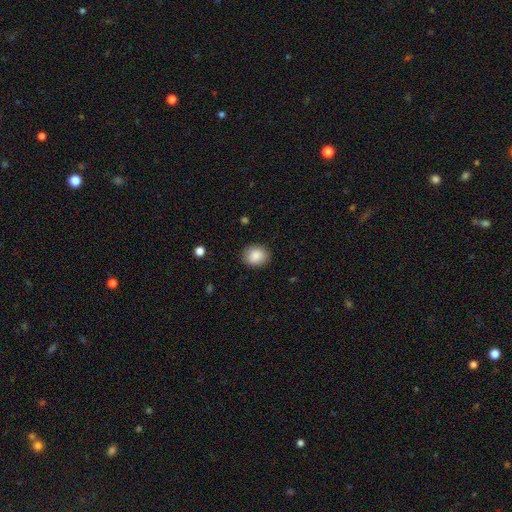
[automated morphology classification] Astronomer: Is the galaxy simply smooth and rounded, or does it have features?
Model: smooth — 88%.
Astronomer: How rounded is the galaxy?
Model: round — 58% (runner-up: in between, 41%).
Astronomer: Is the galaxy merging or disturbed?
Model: none — 86%.